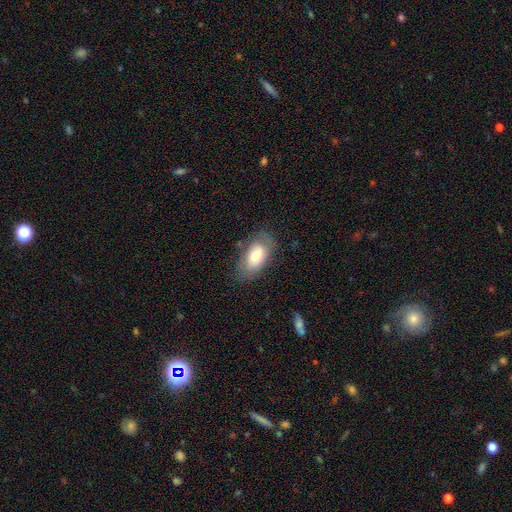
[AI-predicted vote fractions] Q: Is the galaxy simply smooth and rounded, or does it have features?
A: smooth — 69%.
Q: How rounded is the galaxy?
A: in between — 93%.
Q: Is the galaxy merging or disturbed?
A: none — 71%.